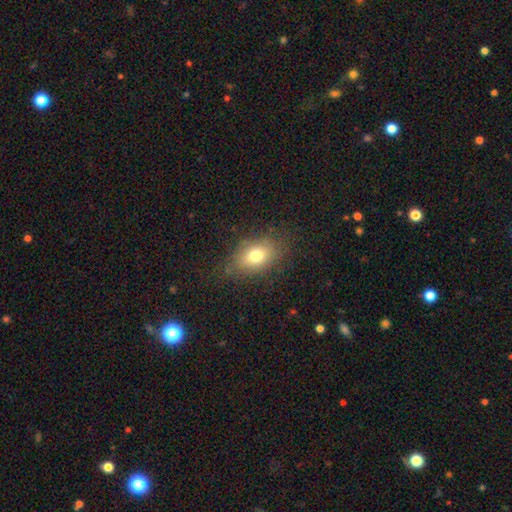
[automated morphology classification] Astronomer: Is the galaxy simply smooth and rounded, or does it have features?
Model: smooth — 75%.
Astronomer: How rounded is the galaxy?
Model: in between — 78%.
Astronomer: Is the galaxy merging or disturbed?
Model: none — 74%.